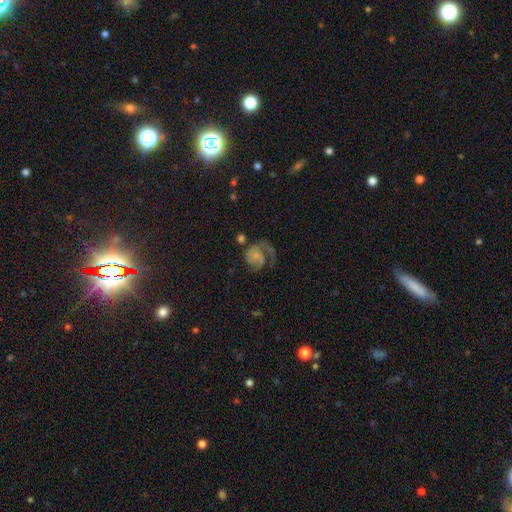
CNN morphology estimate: Smooth or featured: featured or disk — 67% (smooth — 24%)
Edge-on disk: no — 98% (yes — 2%)
Bar: no — 72% (weak — 24%)
Spiral arms: yes — 87% (no — 13%)
Spiral winding: medium — 42% (tight — 29%)
Spiral arm count: 1 — 60% (2 — 26%)
Bulge size: small — 52% (none — 29%)
Merging: major disturbance — 41% (none — 36%)